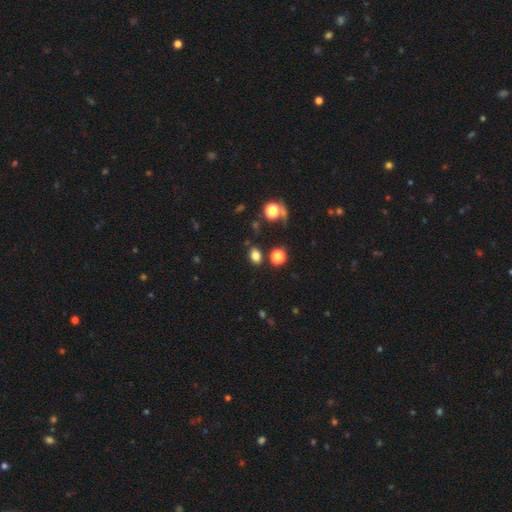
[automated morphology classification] Overall: smooth (78%). How rounded: in between (64%; round 34%). Merging: none (81%).